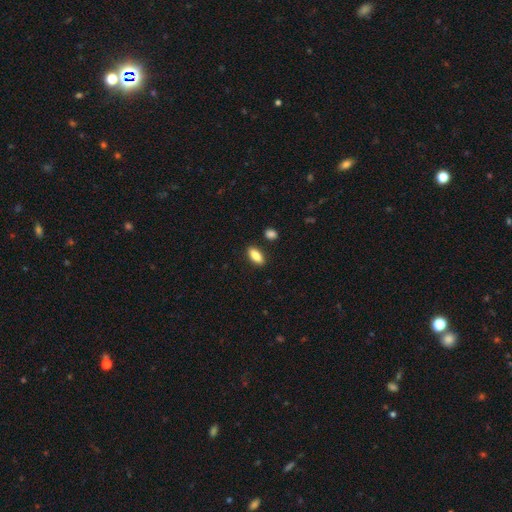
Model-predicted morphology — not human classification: This is clearly a smooth galaxy (88%). How rounded: clearly in between (86%). Merging: clearly none (86%).